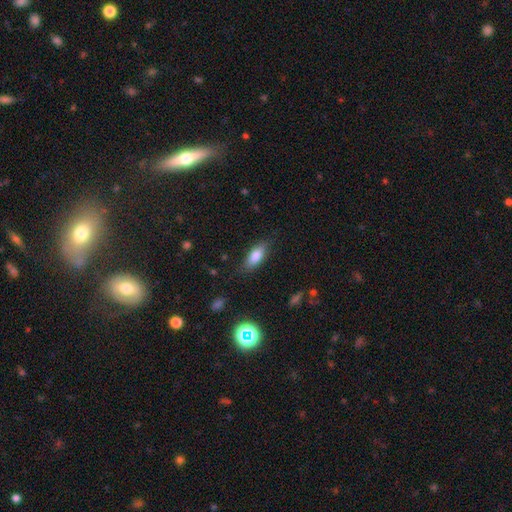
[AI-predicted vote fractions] smooth_or_featured: smooth (p=0.80) [alt: featured or disk p=0.12]
how_rounded: in between (p=0.78) [alt: cigar-shaped p=0.20]
merging: none (p=0.79) [alt: minor disturbance p=0.16]